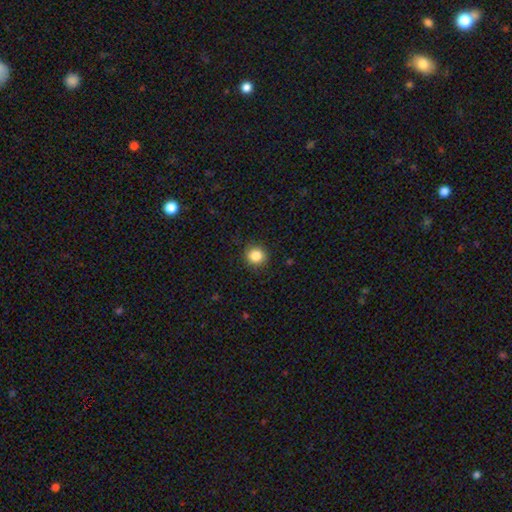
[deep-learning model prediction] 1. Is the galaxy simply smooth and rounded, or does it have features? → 85% smooth, 10% star or artifact, 5% featured or disk.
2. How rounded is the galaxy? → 90% round, 9% in between, 1% cigar-shaped.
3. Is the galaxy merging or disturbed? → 91% none, 6% minor disturbance, 2% major disturbance, 1% merger.